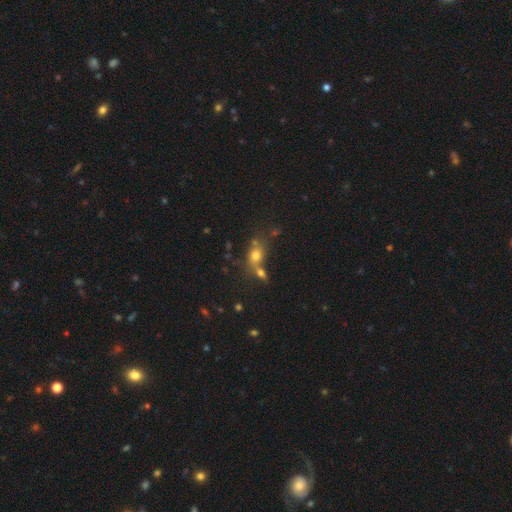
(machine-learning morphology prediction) Q: Smooth or featured?
A: smooth (68%); runner-up: star or artifact (18%)
Q: How rounded?
A: round (50%); runner-up: in between (47%)
Q: Merging?
A: none (42%); runner-up: merger (40%)